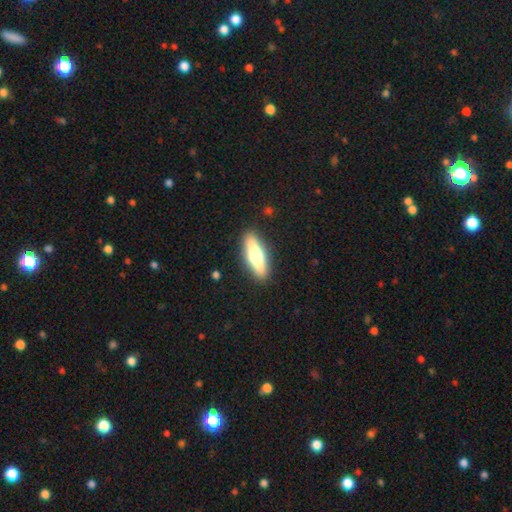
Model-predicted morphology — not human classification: This is possibly a smooth galaxy (51%). How rounded: possibly cigar-shaped (56%). Merging: clearly none (89%).